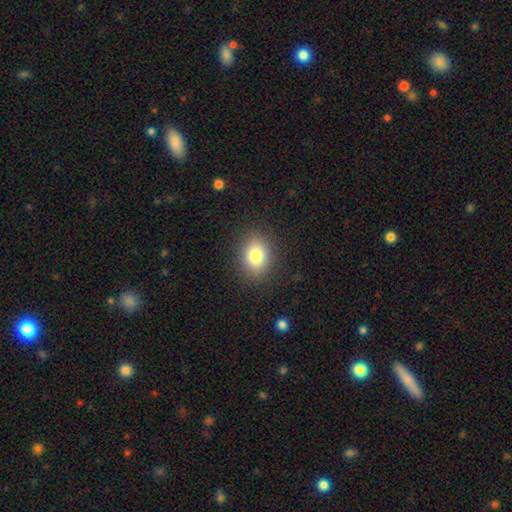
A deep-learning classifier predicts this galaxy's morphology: This appears to be a smooth galaxy with no disk features (81%) that is in between round and cigar-shaped (56%). Merging: none (88%).